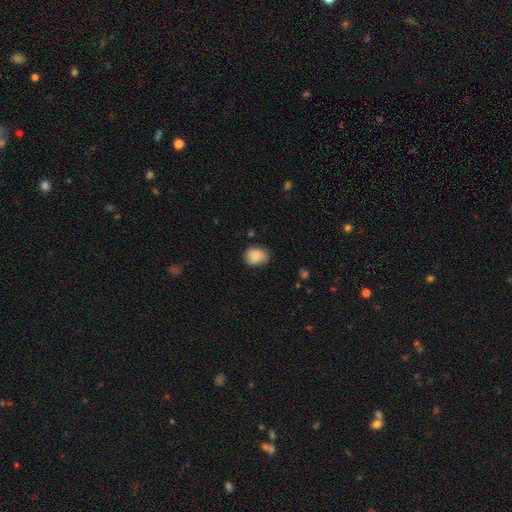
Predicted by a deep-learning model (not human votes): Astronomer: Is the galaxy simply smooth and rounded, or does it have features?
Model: smooth — 84%.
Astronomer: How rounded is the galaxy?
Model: in between — 51% (runner-up: round, 48%).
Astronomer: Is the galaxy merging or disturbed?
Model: none — 71%.